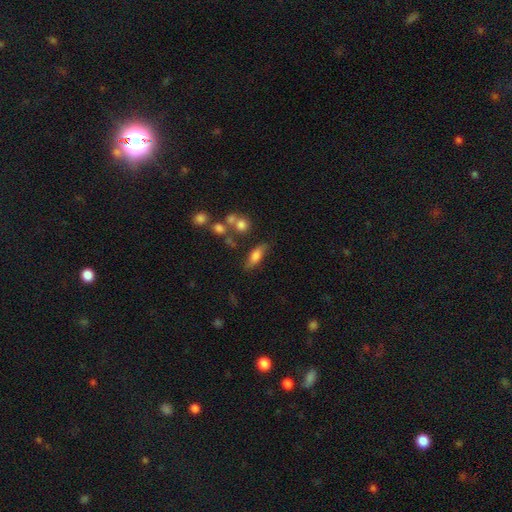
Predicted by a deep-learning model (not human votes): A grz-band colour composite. It shows a smooth galaxy with no disk features (70%) that is in between round and cigar-shaped (66%). Merging: none (68%).